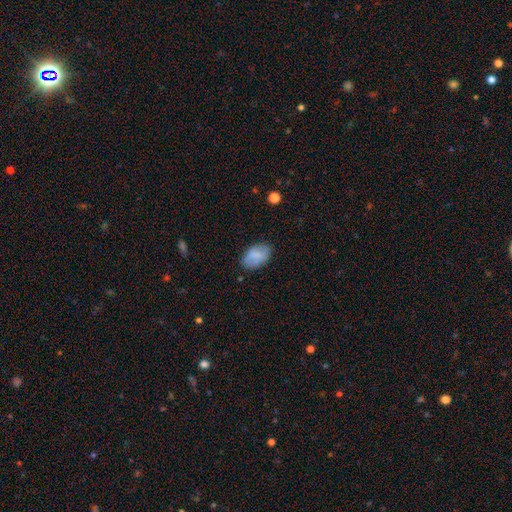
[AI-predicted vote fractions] Morphology: type=smooth (78%); roundness=in between (92%); merging=none (79%).